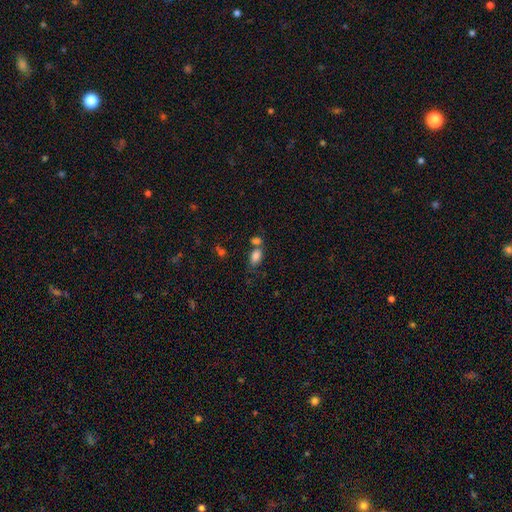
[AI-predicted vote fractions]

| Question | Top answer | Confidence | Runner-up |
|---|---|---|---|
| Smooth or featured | smooth | 83% | star or artifact (10%) |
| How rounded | in between | 89% | round (9%) |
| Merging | none | 46% | merger (35%) |